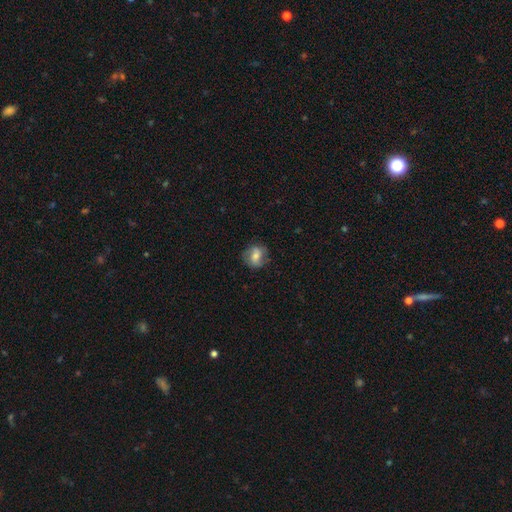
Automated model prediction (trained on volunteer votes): smooth-or-featured: smooth: 46% | featured or disk: 45% | star or artifact: 9%
  merging: none: 77% | minor disturbance: 16% | major disturbance: 6% | merger: 1%